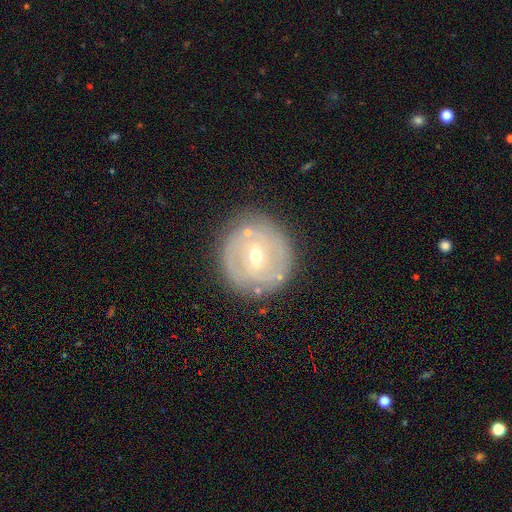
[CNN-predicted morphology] Smooth or featured?
  - featured or disk: 63% *
  - smooth: 28%
  - star or artifact: 9%
Edge-on disk?
  - no: 96% *
  - yes: 4%
Bar?
  - weak: 49% *
  - no: 34%
  - strong: 17%
Spiral arms?
  - yes: 61% *
  - no: 39%
Bulge size?
  - moderate: 49% *
  - small: 47%
  - large: 2%
  - none: 1%
  - dominant: 1%
Merging?
  - none: 81% *
  - minor disturbance: 12%
  - major disturbance: 4%
  - merger: 3%